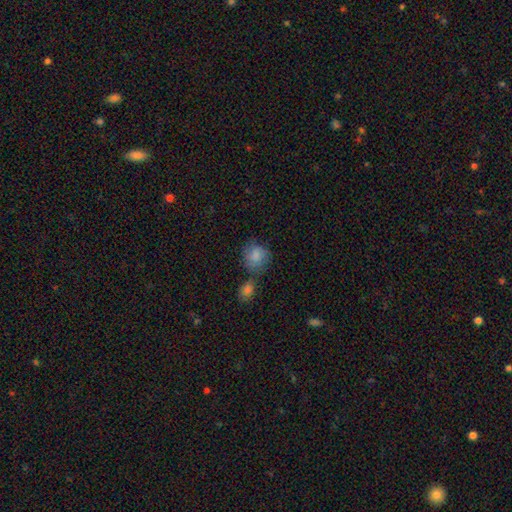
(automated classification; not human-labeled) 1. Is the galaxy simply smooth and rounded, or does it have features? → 82% smooth, 10% featured or disk, 8% star or artifact.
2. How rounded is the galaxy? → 71% round, 28% in between, 1% cigar-shaped.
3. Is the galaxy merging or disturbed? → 51% none, 21% merger, 20% minor disturbance, 8% major disturbance.